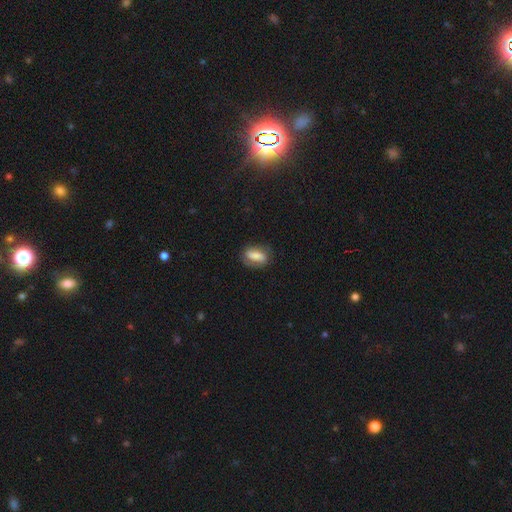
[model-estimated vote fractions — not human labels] This appears to be a smooth galaxy with no disk features (71%) that is in between round and cigar-shaped (82%). Merging: none (74%).